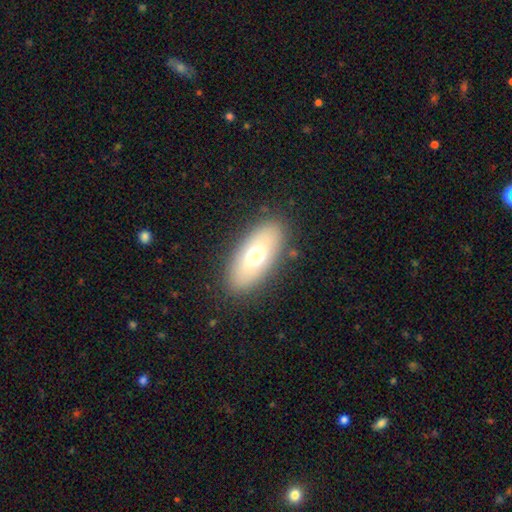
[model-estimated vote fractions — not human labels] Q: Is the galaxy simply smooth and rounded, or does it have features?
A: smooth — 64%.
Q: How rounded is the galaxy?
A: in between — 85%.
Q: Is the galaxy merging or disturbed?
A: none — 85%.